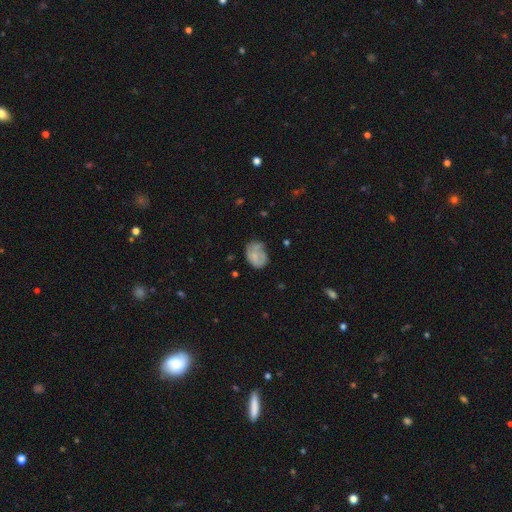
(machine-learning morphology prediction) This appears to be a smooth galaxy with no disk features (62%) that is in between round and cigar-shaped (64%). Merging: none (42%).